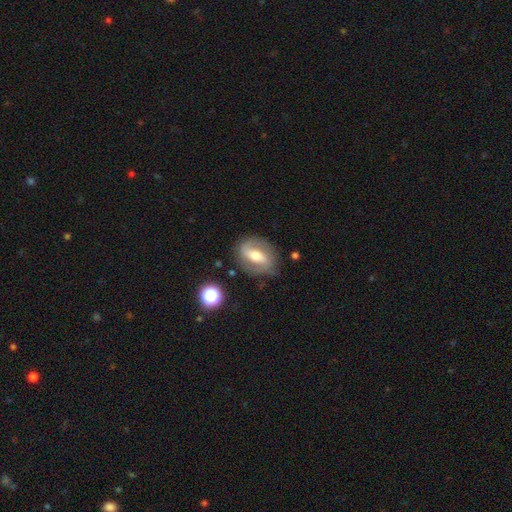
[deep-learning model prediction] Smooth or featured: featured or disk — 66% (smooth — 26%)
Edge-on disk: no — 92% (yes — 8%)
Bar: strong — 49% (weak — 34%)
Spiral arms: yes — 71% (no — 29%)
Bulge size: moderate — 68% (small — 20%)
Merging: none — 74% (minor disturbance — 17%)